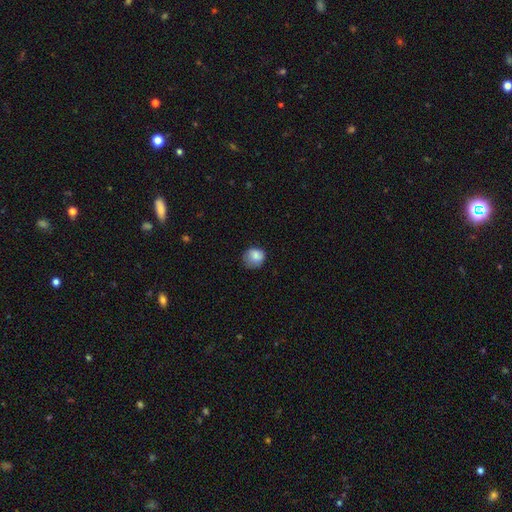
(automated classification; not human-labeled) Q: Smooth or featured?
A: smooth (83%); runner-up: featured or disk (9%)
Q: How rounded?
A: round (79%); runner-up: in between (20%)
Q: Merging?
A: none (62%); runner-up: minor disturbance (28%)